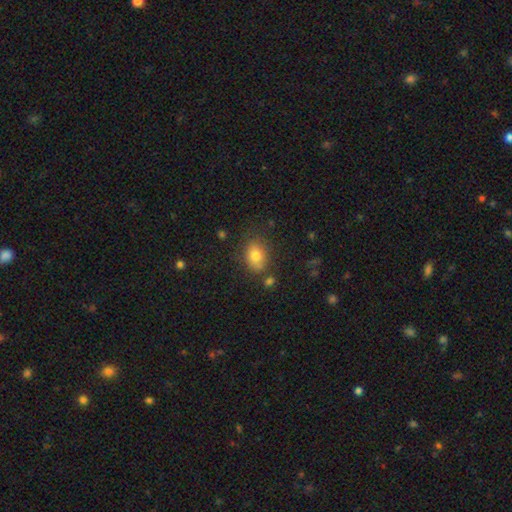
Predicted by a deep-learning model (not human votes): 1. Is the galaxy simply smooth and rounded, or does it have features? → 78% smooth, 11% featured or disk, 11% star or artifact.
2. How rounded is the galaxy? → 66% in between, 32% round, 1% cigar-shaped.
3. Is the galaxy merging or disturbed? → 74% none, 16% minor disturbance, 5% merger, 5% major disturbance.